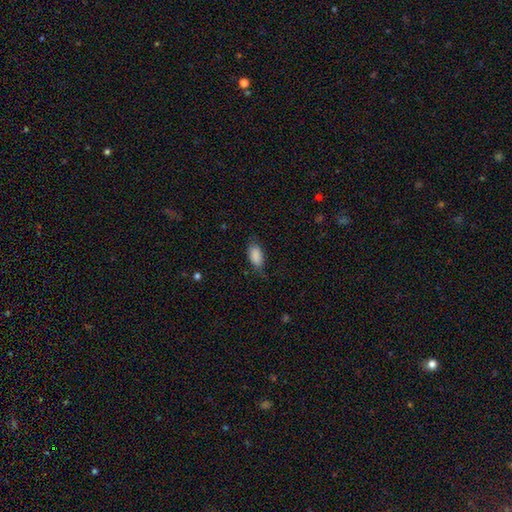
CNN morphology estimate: Overall: smooth (88%). How rounded: in between (92%). Merging: none (68%).